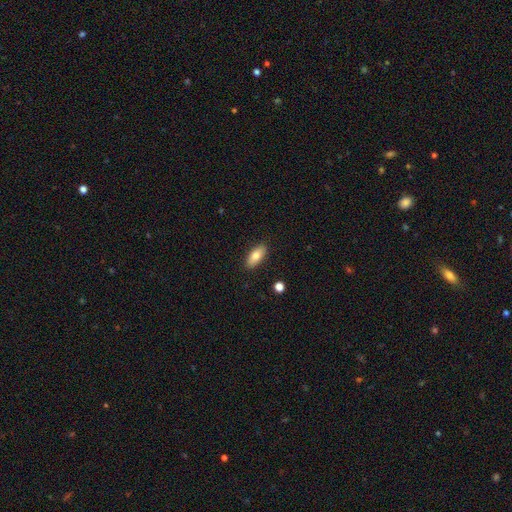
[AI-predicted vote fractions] smooth_or_featured: smooth (p=0.80) [alt: featured or disk p=0.14]
how_rounded: in between (p=0.86) [alt: cigar-shaped p=0.11]
merging: none (p=0.88) [alt: minor disturbance p=0.09]